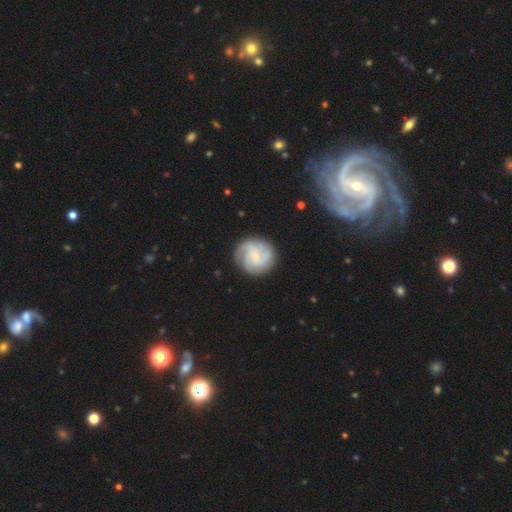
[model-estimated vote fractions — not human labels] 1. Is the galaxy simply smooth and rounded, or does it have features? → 77% featured or disk, 17% smooth, 6% star or artifact.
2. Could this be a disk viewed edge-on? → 98% no, 2% yes.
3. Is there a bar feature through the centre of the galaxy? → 63% no, 32% weak, 5% strong.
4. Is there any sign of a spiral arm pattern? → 96% yes, 4% no.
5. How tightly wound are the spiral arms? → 47% tight, 40% medium, 13% loose.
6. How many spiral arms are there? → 42% 3, 18% can't tell, 16% 2, 13% 4, 6% 1, 5% more than 4.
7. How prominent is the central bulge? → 75% small, 20% moderate, 4% none, 1% large, 1% dominant.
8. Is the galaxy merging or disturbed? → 82% none, 12% minor disturbance, 4% major disturbance, 1% merger.